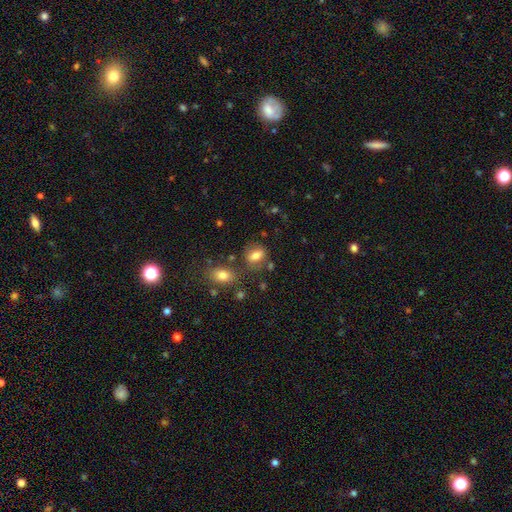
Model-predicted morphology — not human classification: Q: Smooth or featured?
A: smooth (74%); runner-up: featured or disk (15%)
Q: How rounded?
A: in between (73%); runner-up: round (23%)
Q: Merging?
A: none (66%); runner-up: minor disturbance (18%)